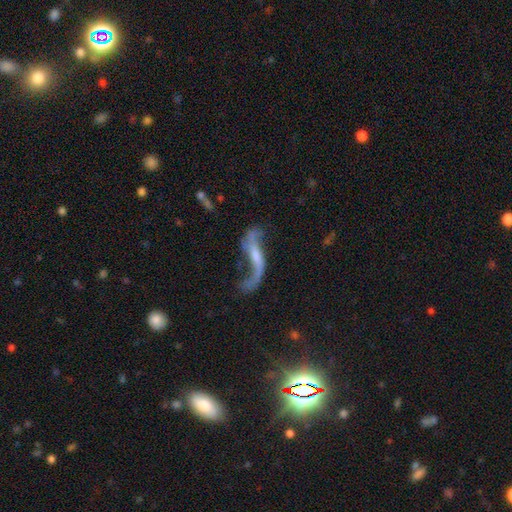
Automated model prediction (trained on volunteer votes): The model was most divided on "bar": no: 39%, weak: 37%, strong: 24%. Remaining: spiral winding — loose (92%); spiral arms — yes (87%); edge-on disk — no (84%); spiral arm count — 2 (81%); smooth or featured — featured or disk (80%); bulge size — small (44%); merging — none (42%).